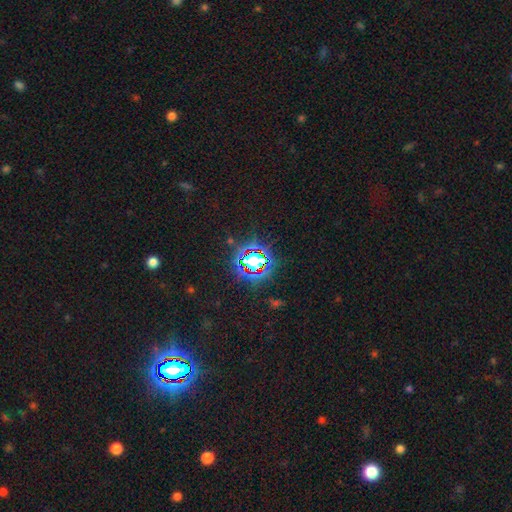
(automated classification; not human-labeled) Smooth or featured? star or artifact (81%)